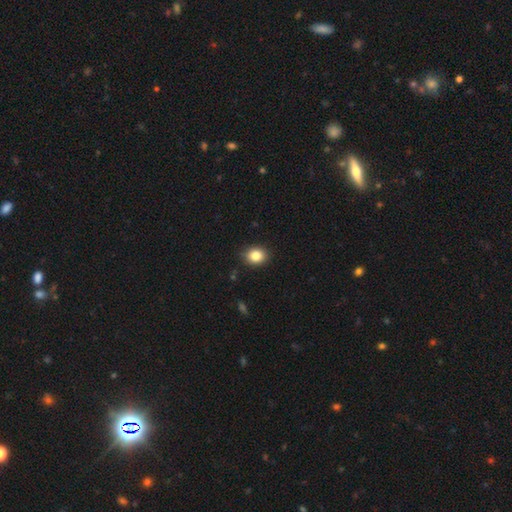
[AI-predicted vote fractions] The model was most divided on "how rounded": round: 54%, in between: 45%, cigar-shaped: 1%. More confident: merging — none (89%); smooth or featured — smooth (84%).